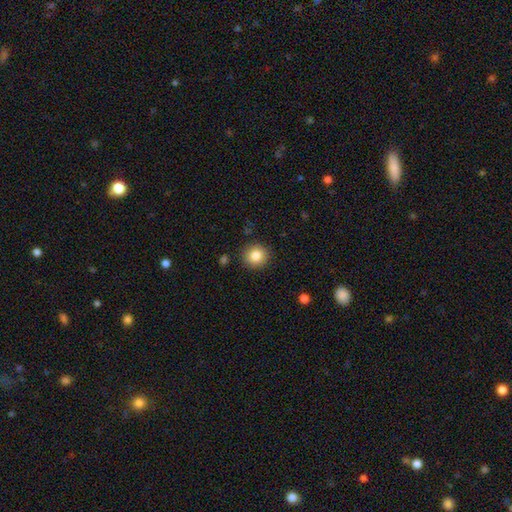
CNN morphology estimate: This appears to be a smooth galaxy with no disk features (85%) that is round (90%). Merging: none (89%).